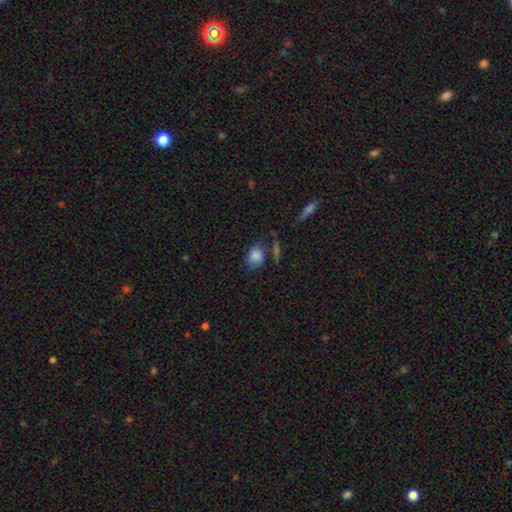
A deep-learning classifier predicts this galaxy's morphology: Overall: smooth (82%). How rounded: in between (61%; round 37%). Merging: none (60%; minor disturbance 23%).